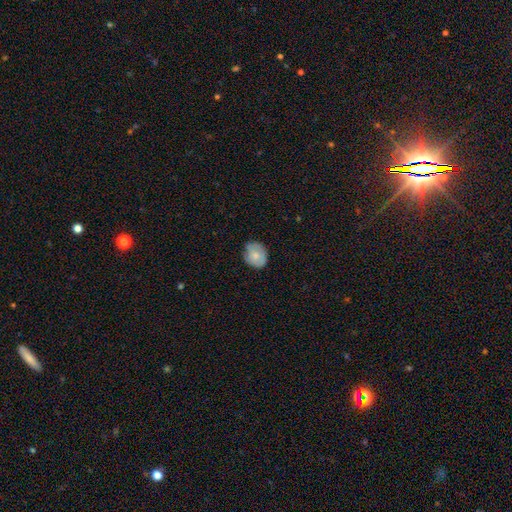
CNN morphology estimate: Smooth or featured? smooth (73%)
How rounded? round (55%)
Merging? none (74%)